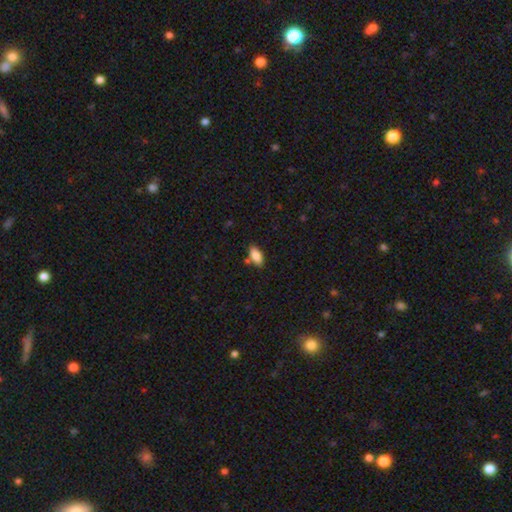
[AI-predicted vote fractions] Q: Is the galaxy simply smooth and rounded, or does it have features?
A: smooth — 86%.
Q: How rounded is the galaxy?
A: in between — 90%.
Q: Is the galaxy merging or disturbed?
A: none — 78%.